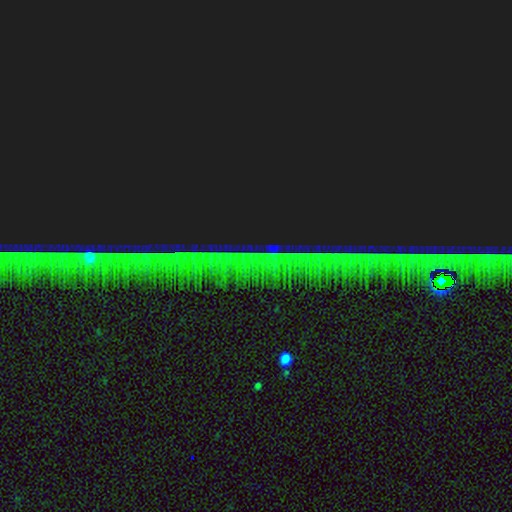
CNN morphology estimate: This is clearly a star or artifact rather than a galaxy (86%).